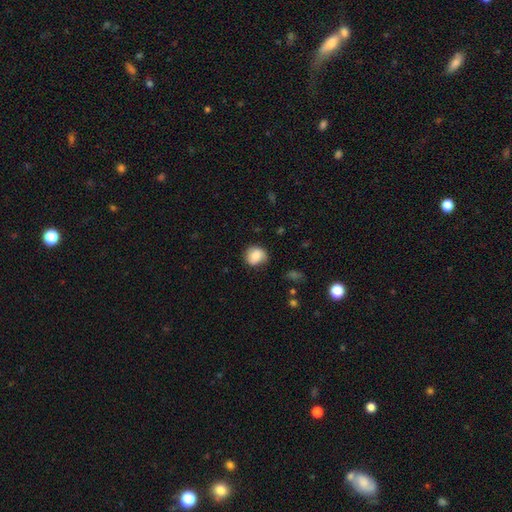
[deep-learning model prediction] Overall: smooth (79%). How rounded: round (79%). Merging: none (67%).